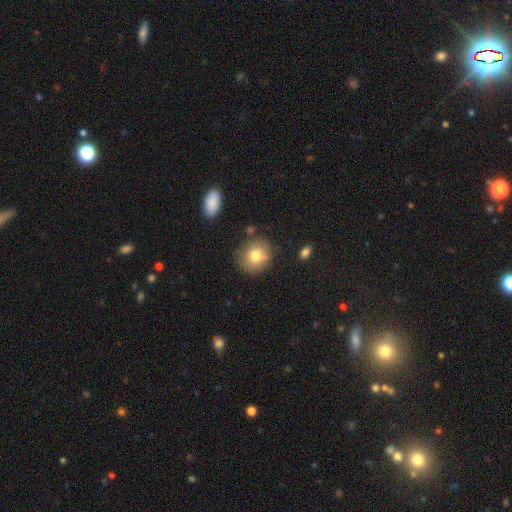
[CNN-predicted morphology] The model was most divided on "merging": none: 74%, minor disturbance: 16%, merger: 6%, major disturbance: 4%. More confident: how rounded — round (81%); smooth or featured — smooth (78%).